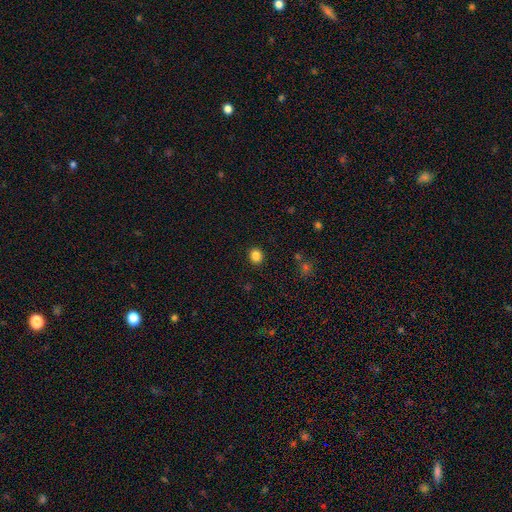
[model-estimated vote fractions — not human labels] Smooth or featured?
  - smooth: 85% *
  - star or artifact: 11%
  - featured or disk: 4%
How rounded?
  - round: 78% *
  - in between: 22%
  - cigar-shaped: 1%
Merging?
  - none: 91% *
  - minor disturbance: 6%
  - major disturbance: 2%
  - merger: 1%